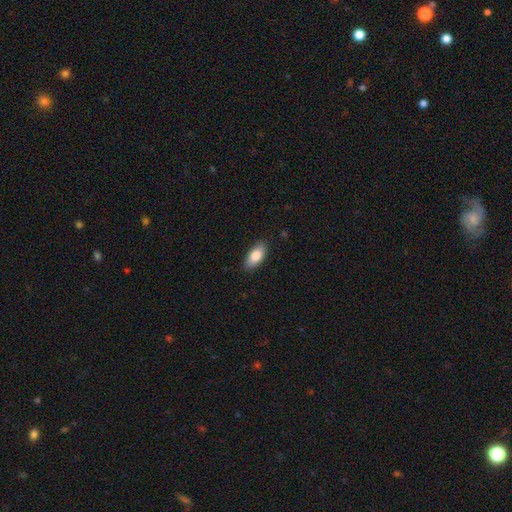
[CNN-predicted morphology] Smooth or featured? Predicted: smooth (p=0.84). How rounded? Predicted: in between (p=0.90). Merging? Predicted: none (p=0.87).